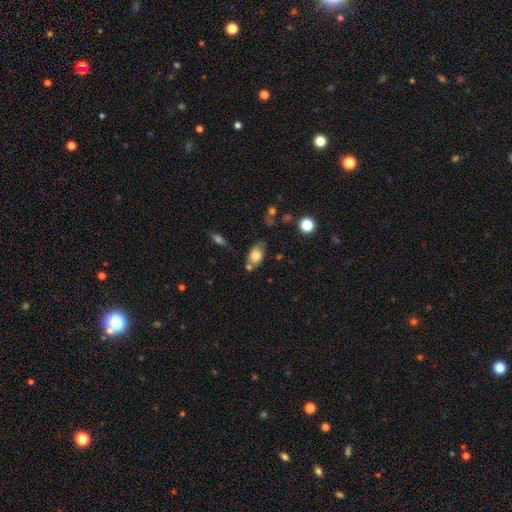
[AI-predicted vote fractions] Smooth or featured: smooth — 78% (featured or disk — 13%)
How rounded: in between — 80% (round — 18%)
Merging: none — 57% (minor disturbance — 23%)